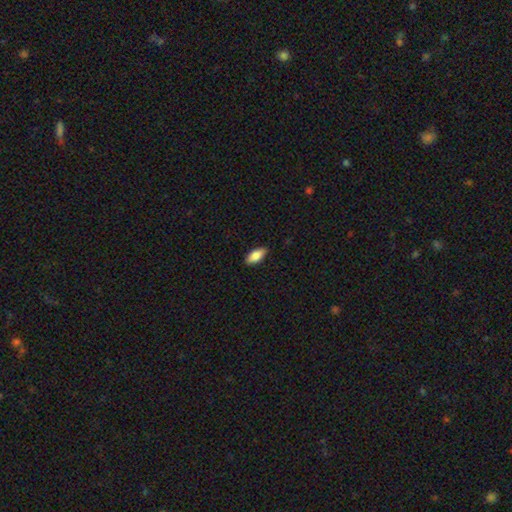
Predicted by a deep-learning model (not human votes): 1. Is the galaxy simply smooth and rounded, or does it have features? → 83% smooth, 11% featured or disk, 6% star or artifact.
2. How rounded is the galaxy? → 85% in between, 13% cigar-shaped, 2% round.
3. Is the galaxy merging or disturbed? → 87% none, 10% minor disturbance, 2% major disturbance, 1% merger.